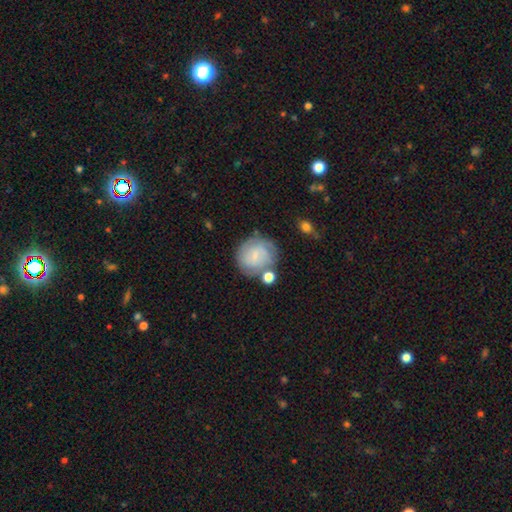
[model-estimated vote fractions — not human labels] Smooth or featured? smooth (53%)
How rounded? round (85%)
Merging? none (62%)